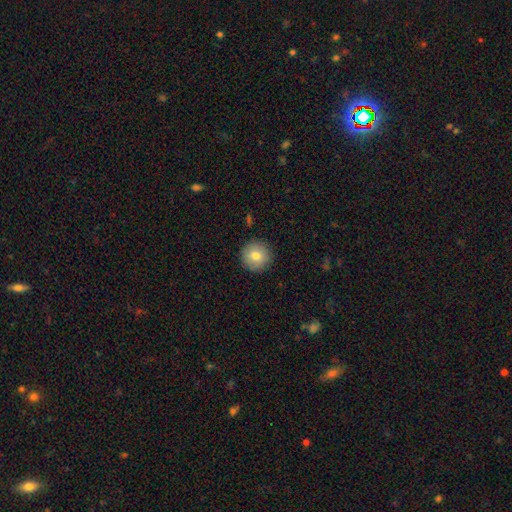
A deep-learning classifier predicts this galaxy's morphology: This is likely a smooth galaxy (80%). How rounded: clearly round (95%). Merging: clearly none (91%).